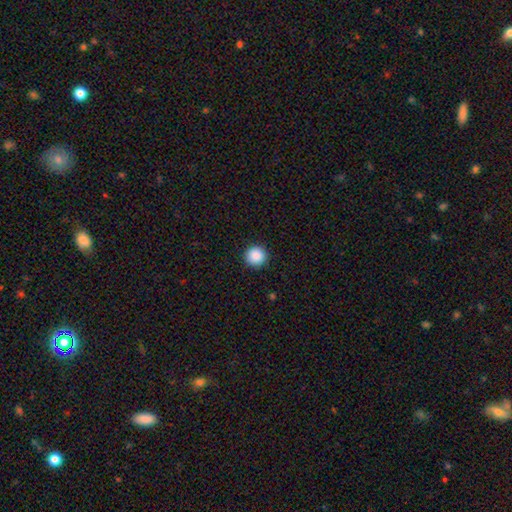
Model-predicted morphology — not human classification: This is clearly a smooth galaxy (89%). How rounded: clearly round (96%). Merging: clearly none (92%).